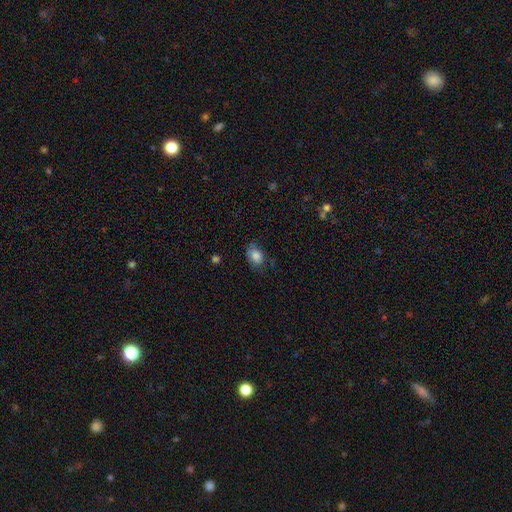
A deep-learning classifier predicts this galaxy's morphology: A smooth galaxy with no disk features (83%) that is in between round and cigar-shaped (76%). Merging: none (64%).